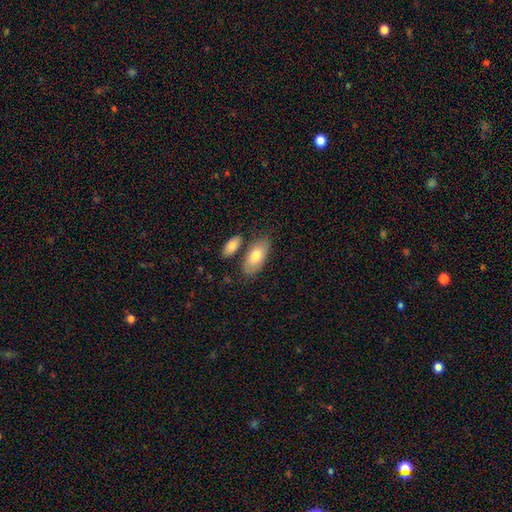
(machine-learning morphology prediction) This is likely a smooth galaxy (75%). How rounded: clearly in between (91%). Merging: likely none (69%).